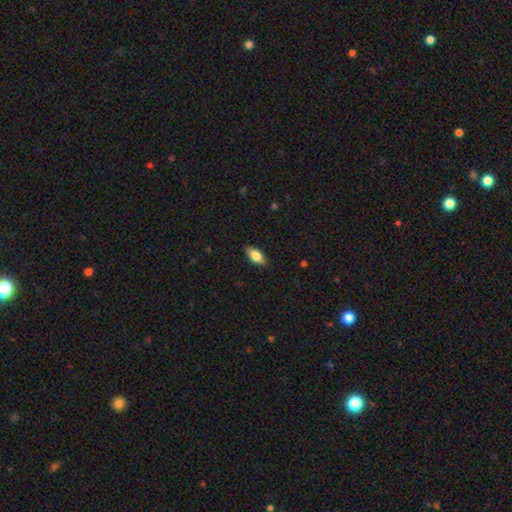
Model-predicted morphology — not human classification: Smooth or featured? Predicted: smooth (p=0.74). How rounded? Predicted: in between (p=0.85). Merging? Predicted: none (p=0.87).